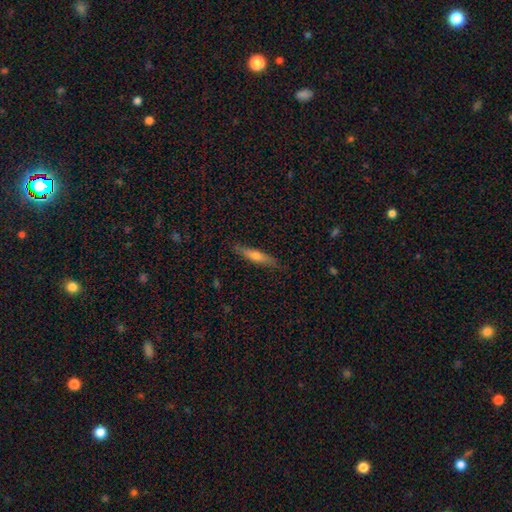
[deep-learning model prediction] Smooth or featured? Predicted: smooth (p=0.48). Merging? Predicted: none (p=0.87).